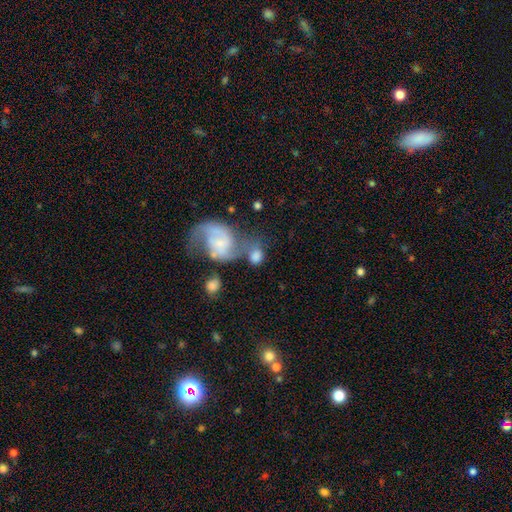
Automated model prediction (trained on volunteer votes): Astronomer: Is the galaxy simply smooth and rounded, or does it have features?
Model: smooth — 53% (runner-up: featured or disk, 37%).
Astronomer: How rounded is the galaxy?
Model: in between — 50% (runner-up: round, 47%).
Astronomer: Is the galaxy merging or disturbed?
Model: merger — 41% (runner-up: none, 32%).